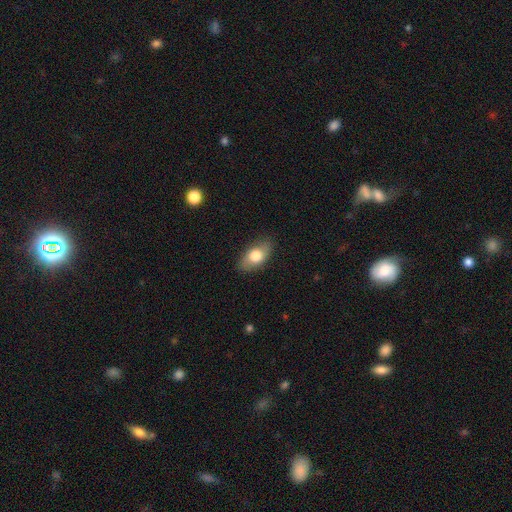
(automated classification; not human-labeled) Overall: smooth (75%). How rounded: in between (89%). Merging: none (84%).